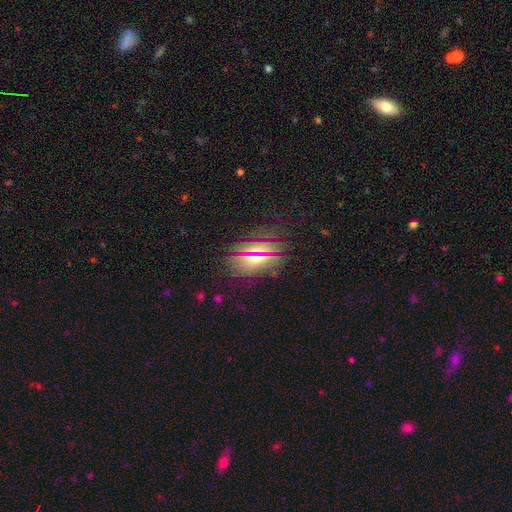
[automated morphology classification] Smooth or featured: smooth — 54% (star or artifact — 27%)
How rounded: in between — 72% (round — 23%)
Merging: none — 78% (minor disturbance — 14%)